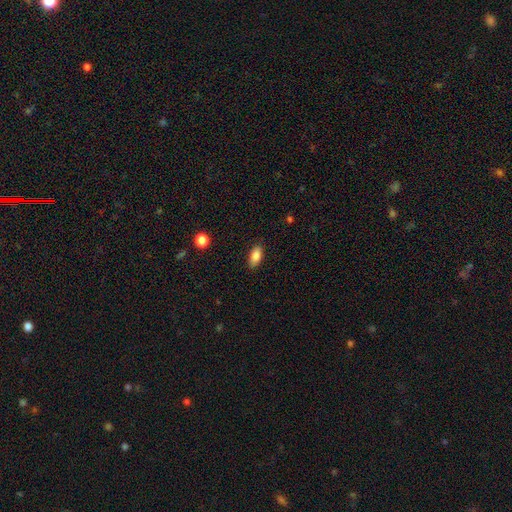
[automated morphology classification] smooth 86%, star or artifact 8%, featured or disk 6%. Down the decision tree: how rounded — in between (89%); merging — none (86%).